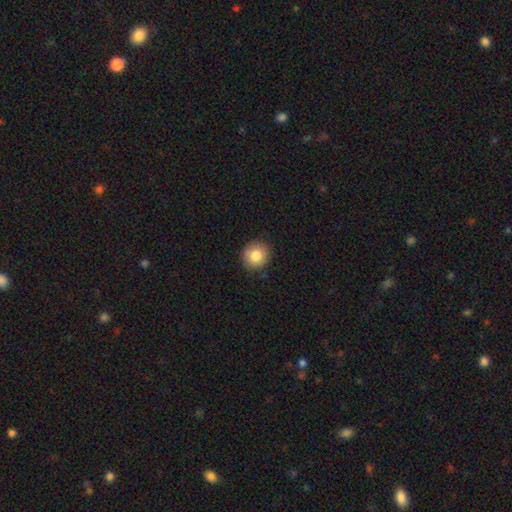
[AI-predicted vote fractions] Overall: smooth (82%). How rounded: round (88%). Merging: none (88%).